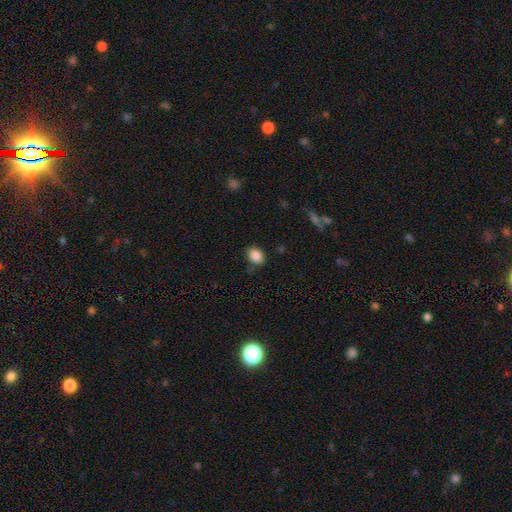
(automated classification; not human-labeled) A smooth galaxy with no disk features (87%) that is in between round and cigar-shaped (61%). Merging: none (78%).